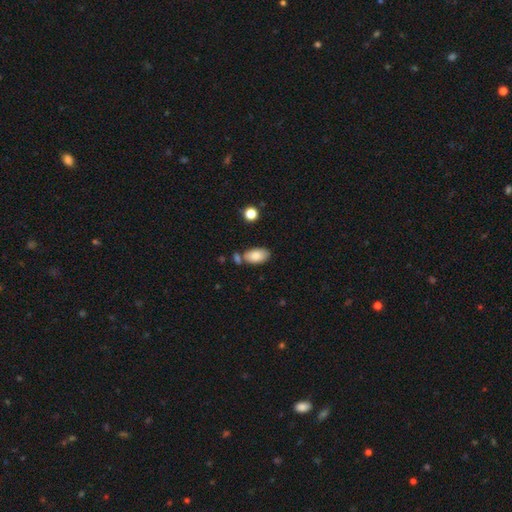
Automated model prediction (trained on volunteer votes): smooth-or-featured: smooth: 83% | featured or disk: 9% | star or artifact: 7%
  how-rounded: in between: 94% | round: 4% | cigar-shaped: 2%
  merging: none: 65% | minor disturbance: 17% | merger: 14% | major disturbance: 4%